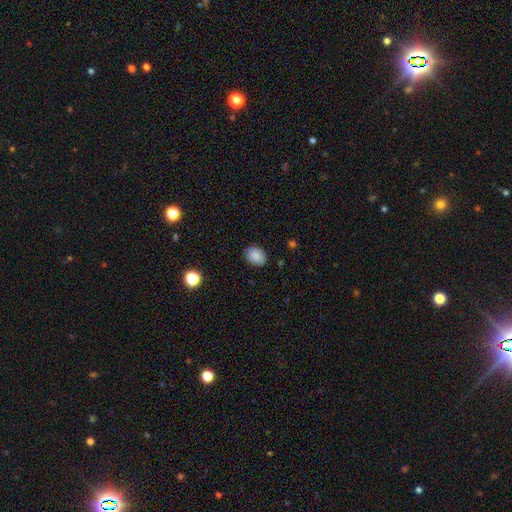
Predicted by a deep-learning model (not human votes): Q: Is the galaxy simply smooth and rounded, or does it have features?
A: smooth — 86%.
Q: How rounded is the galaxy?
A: in between — 59%.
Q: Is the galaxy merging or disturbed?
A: none — 85%.